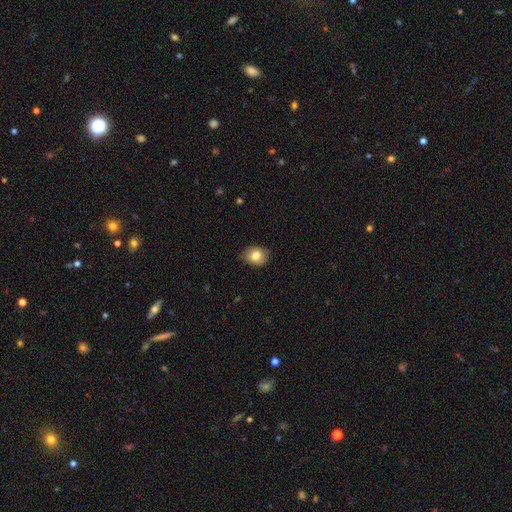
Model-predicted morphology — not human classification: Smooth or featured?
  - smooth: 80% *
  - featured or disk: 11%
  - star or artifact: 9%
How rounded?
  - in between: 50% *
  - round: 49%
  - cigar-shaped: 1%
Merging?
  - none: 77% *
  - minor disturbance: 19%
  - major disturbance: 3%
  - merger: 1%